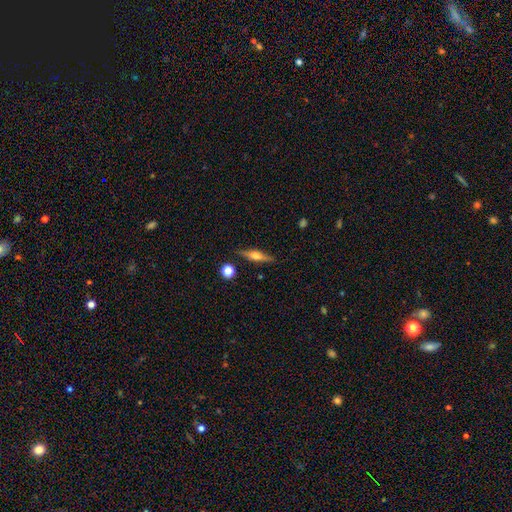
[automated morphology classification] This is likely a featured or disk galaxy (64%). It is clearly viewed edge-on (96%). Edge-on bulge: clearly rounded (91%). Merging: clearly none (88%).